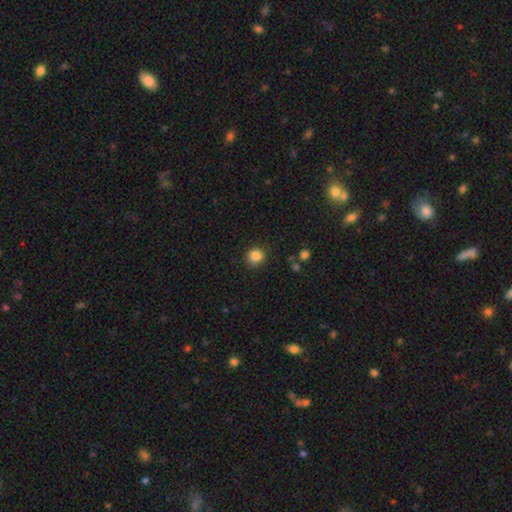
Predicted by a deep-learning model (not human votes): smooth_or_featured: smooth (p=0.85) [alt: star or artifact p=0.11]
how_rounded: round (p=0.86) [alt: in between p=0.13]
merging: none (p=0.86) [alt: minor disturbance p=0.10]